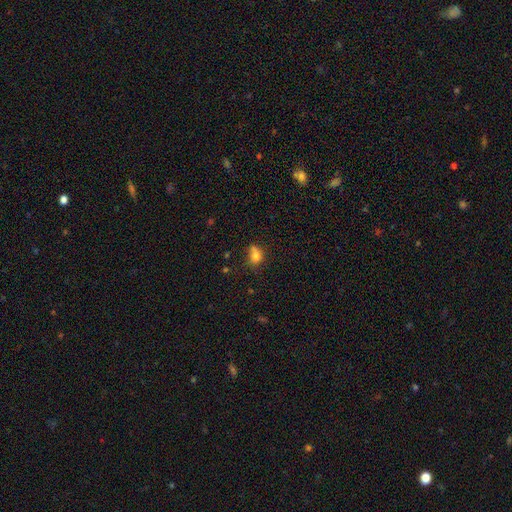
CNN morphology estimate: The model was most divided on "how rounded": in between: 54%, round: 44%, cigar-shaped: 2%. Remaining: smooth or featured — smooth (76%); merging — none (43%).